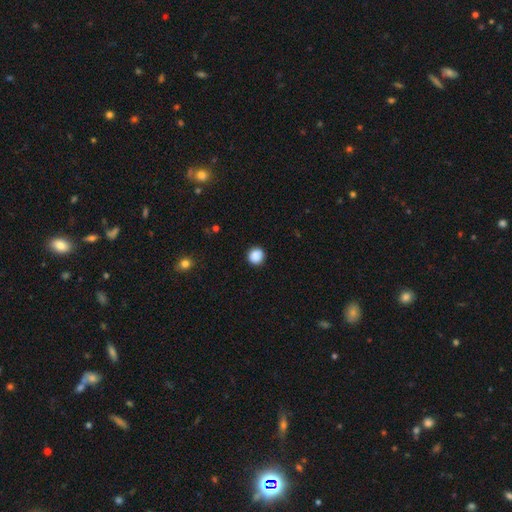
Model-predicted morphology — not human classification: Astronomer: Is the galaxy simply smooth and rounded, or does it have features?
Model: smooth — 88%.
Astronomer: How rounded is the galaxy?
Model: round — 94%.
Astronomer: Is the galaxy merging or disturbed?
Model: none — 91%.